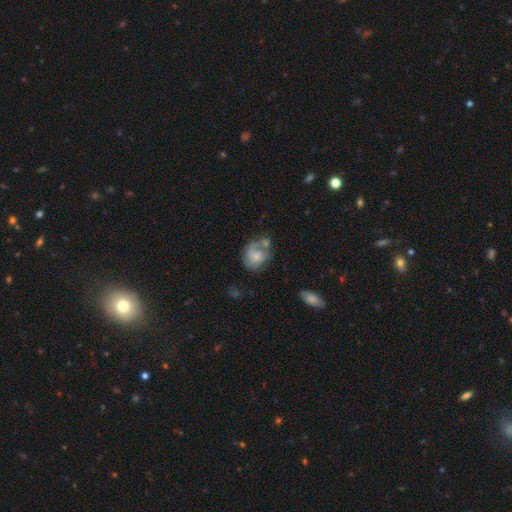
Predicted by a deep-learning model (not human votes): This is possibly a featured or disk galaxy (48%). Merging: marginally none (37%).